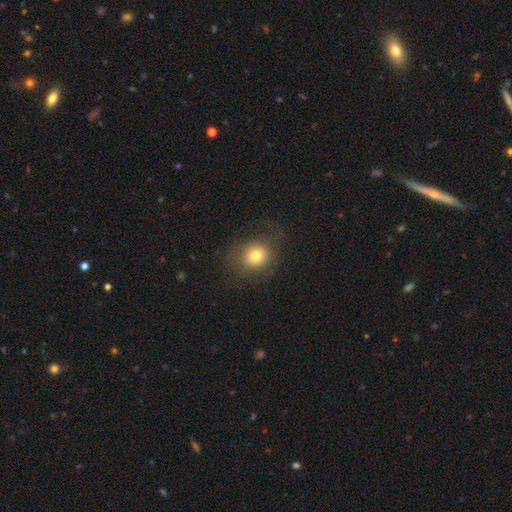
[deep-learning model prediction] smooth-or-featured: smooth: 75% | star or artifact: 13% | featured or disk: 12%
  how-rounded: round: 76% | in between: 23% | cigar-shaped: 1%
  merging: none: 76% | minor disturbance: 14% | major disturbance: 9% | merger: 1%